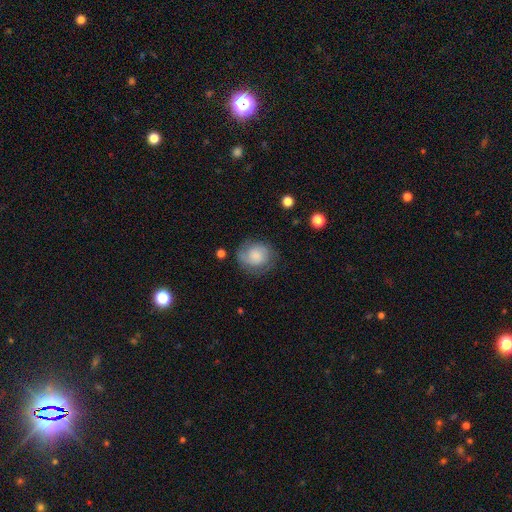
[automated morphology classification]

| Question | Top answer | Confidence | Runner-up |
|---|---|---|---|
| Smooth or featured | smooth | 61% | featured or disk (30%) |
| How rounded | round | 70% | in between (29%) |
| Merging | none | 67% | minor disturbance (21%) |